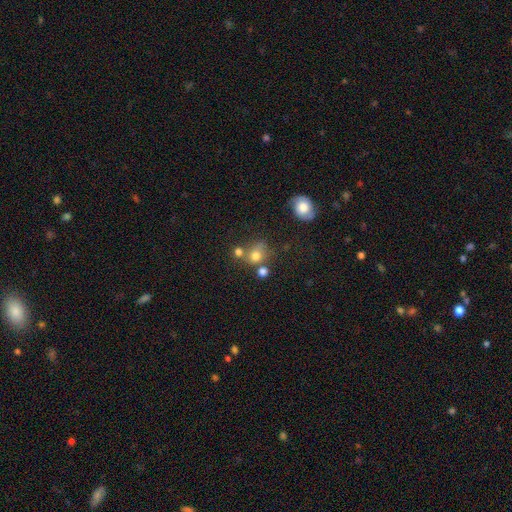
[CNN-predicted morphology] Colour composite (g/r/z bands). It shows a smooth galaxy with no disk features (71%) that is round (70%). Merging: none (49%).